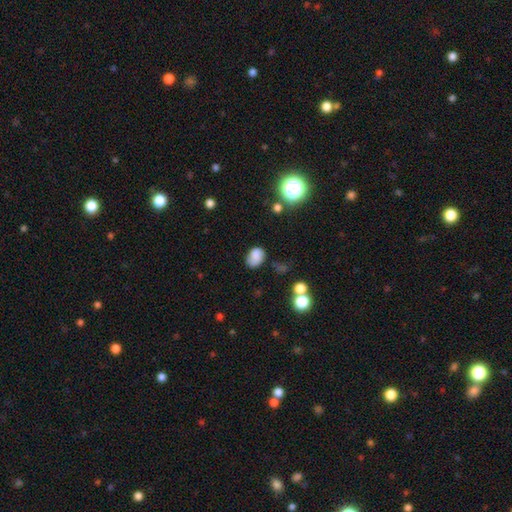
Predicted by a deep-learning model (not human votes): This appears to be a smooth galaxy with no disk features (76%) that is in between round and cigar-shaped (75%). Merging: none (57%).